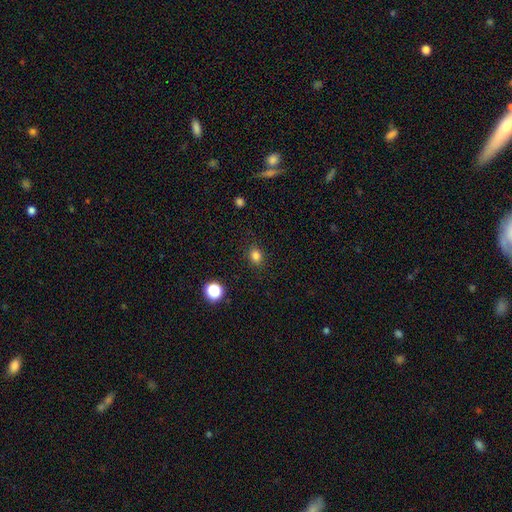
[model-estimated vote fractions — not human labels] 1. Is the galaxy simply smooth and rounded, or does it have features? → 82% smooth, 14% star or artifact, 5% featured or disk.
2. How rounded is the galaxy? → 50% round, 49% in between, 1% cigar-shaped.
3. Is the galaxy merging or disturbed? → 86% none, 10% minor disturbance, 3% major disturbance, 1% merger.